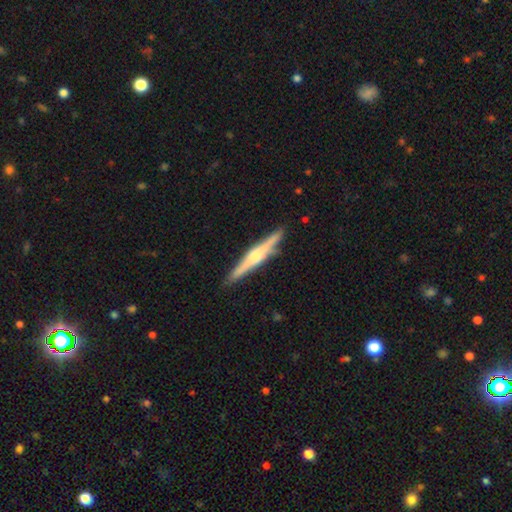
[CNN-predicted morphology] A featured or disk galaxy (70%) viewed edge-on (98%) with a rounded central bulge (82%). Merging: none (88%).